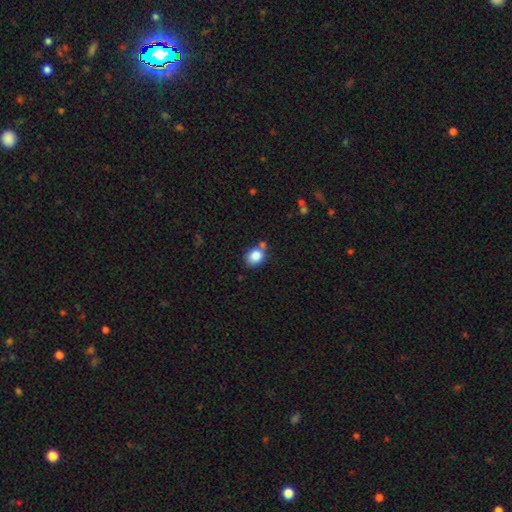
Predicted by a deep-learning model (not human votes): Smooth or featured? smooth (85%)
How rounded? round (56%)
Merging? none (67%)